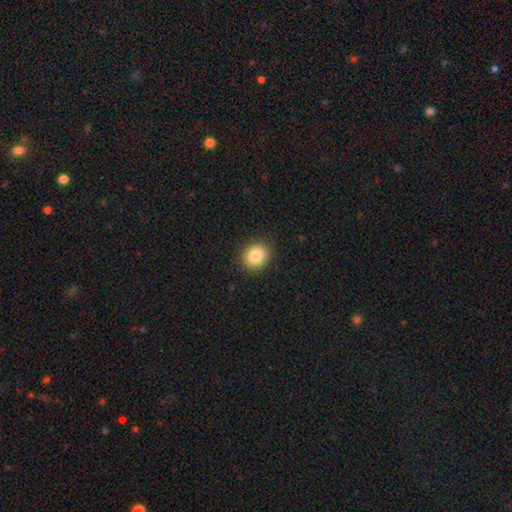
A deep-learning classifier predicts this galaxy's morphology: A smooth galaxy with no disk features (83%) that is round (68%). Merging: none (90%).